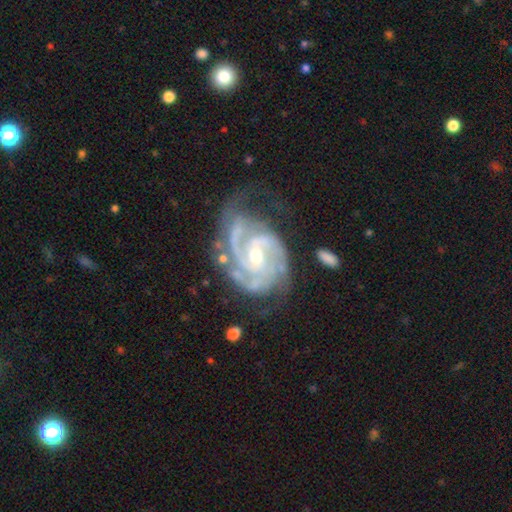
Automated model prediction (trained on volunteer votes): Overall: featured or disk (92%). Edge-on disk: no (98%). Bar: no (49%; weak 39%). Spiral arms: yes (98%). Spiral arm count: 3 (36%; 2 33%). Spiral winding: tight (59%; medium 35%). Bulge size: small (50%; moderate 47%). Merging: none (56%; minor disturbance 25%).